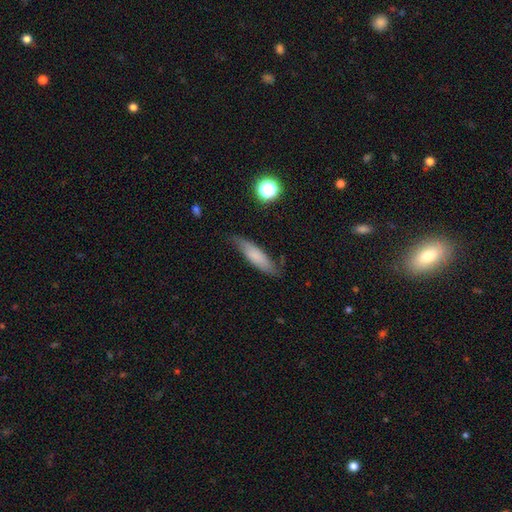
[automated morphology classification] Smooth or featured? Predicted: smooth (p=0.67). How rounded? Predicted: cigar-shaped (p=0.63). Merging? Predicted: none (p=0.72).